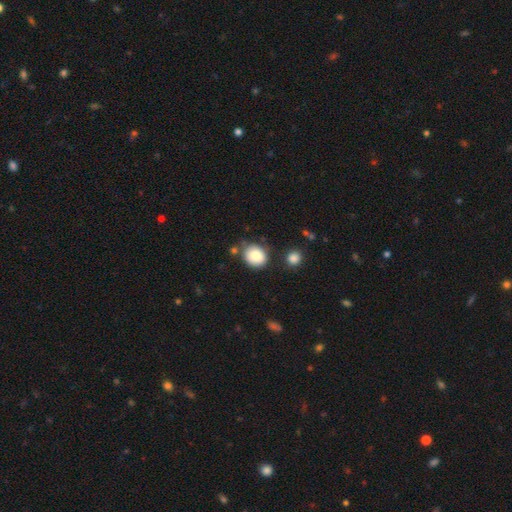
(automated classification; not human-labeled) Q: Smooth or featured?
A: smooth (86%); runner-up: star or artifact (8%)
Q: How rounded?
A: round (62%); runner-up: in between (37%)
Q: Merging?
A: none (71%); runner-up: minor disturbance (17%)